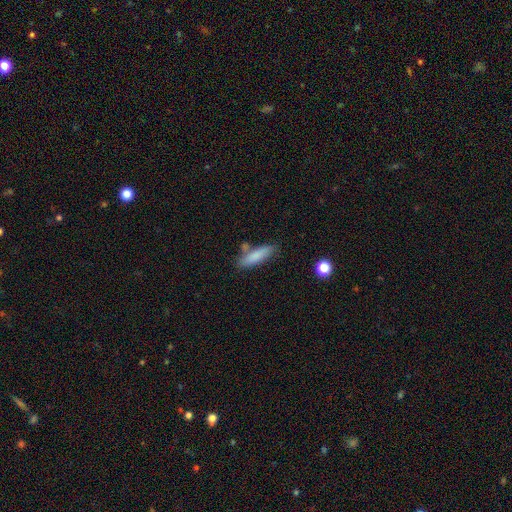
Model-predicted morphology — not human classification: Smooth or featured? smooth (82%)
How rounded? cigar-shaped (63%)
Merging? none (70%)